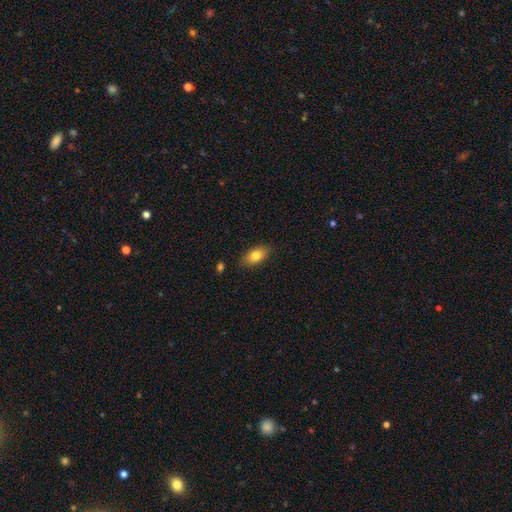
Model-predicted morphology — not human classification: The model was most divided on "smooth or featured": smooth: 79%, featured or disk: 13%, star or artifact: 8%. More confident: how rounded — in between (89%); merging — none (86%).